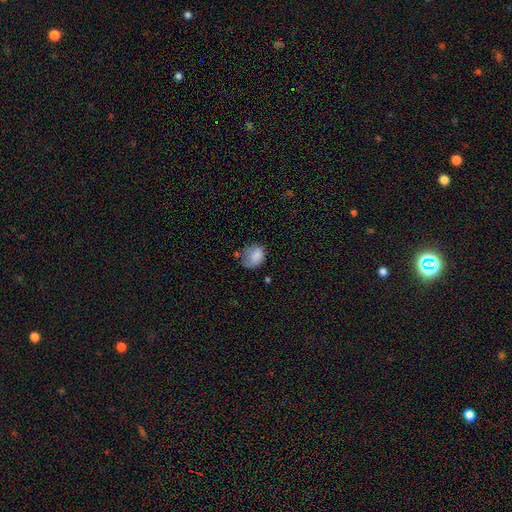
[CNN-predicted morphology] This is clearly a smooth galaxy (81%). How rounded: possibly in between (50%). Merging: possibly none (46%).